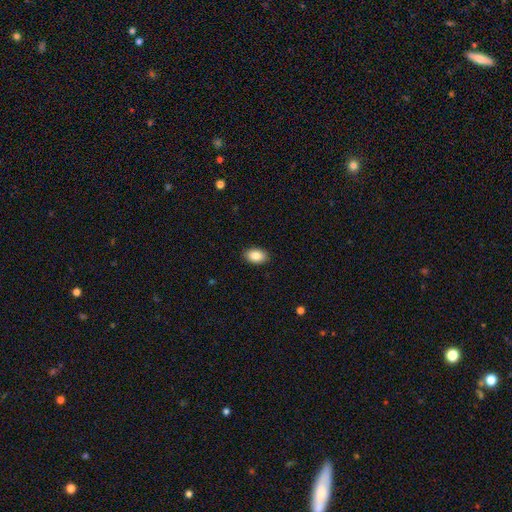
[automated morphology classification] Smooth or featured?
  - smooth: 86% *
  - star or artifact: 7%
  - featured or disk: 7%
How rounded?
  - in between: 87% *
  - round: 11%
  - cigar-shaped: 1%
Merging?
  - none: 90% *
  - minor disturbance: 8%
  - major disturbance: 2%
  - merger: 1%